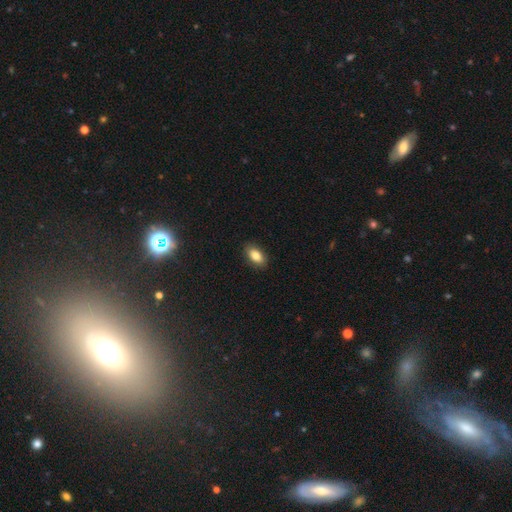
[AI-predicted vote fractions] Overall: smooth (84%). How rounded: in between (92%). Merging: none (88%).